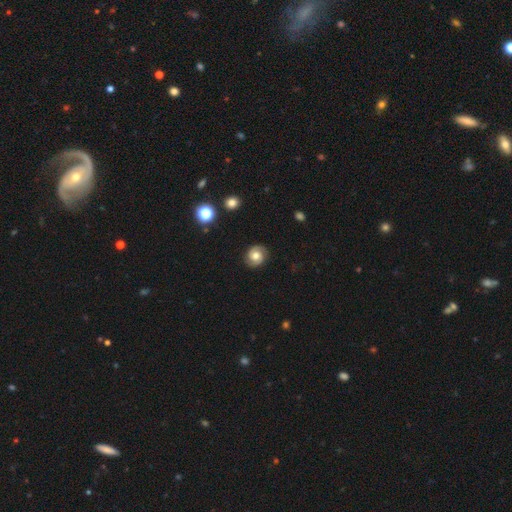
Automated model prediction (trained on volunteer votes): Overall: featured or disk (53%; smooth 38%). Edge-on disk: no (97%). Bar: no (65%; weak 29%). Spiral arms: yes (86%). Bulge size: moderate (70%). Merging: none (86%).